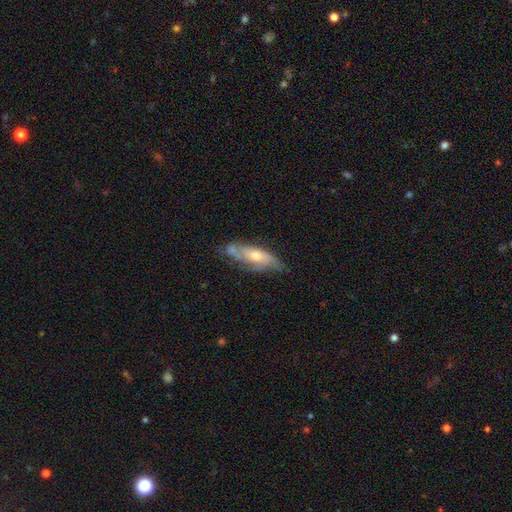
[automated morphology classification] smooth_or_featured: featured or disk (p=0.60) [alt: smooth p=0.33]
disk_edge_on: no (p=0.71) [alt: yes p=0.29]
merging: none (p=0.56) [alt: minor disturbance p=0.28]